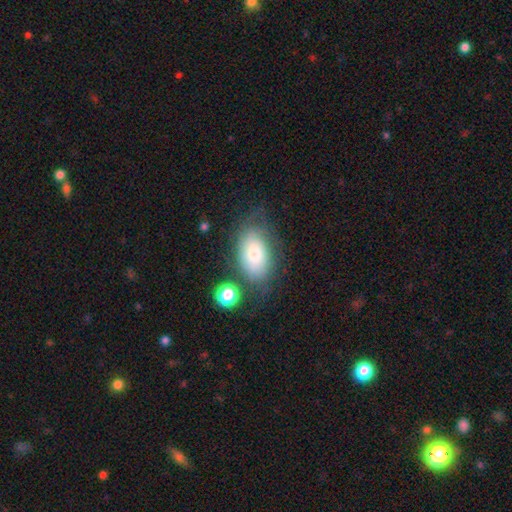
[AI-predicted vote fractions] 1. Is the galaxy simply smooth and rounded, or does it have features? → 66% smooth, 25% featured or disk, 9% star or artifact.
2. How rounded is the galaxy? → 88% in between, 10% round, 1% cigar-shaped.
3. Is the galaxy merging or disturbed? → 58% none, 23% minor disturbance, 13% major disturbance, 6% merger.